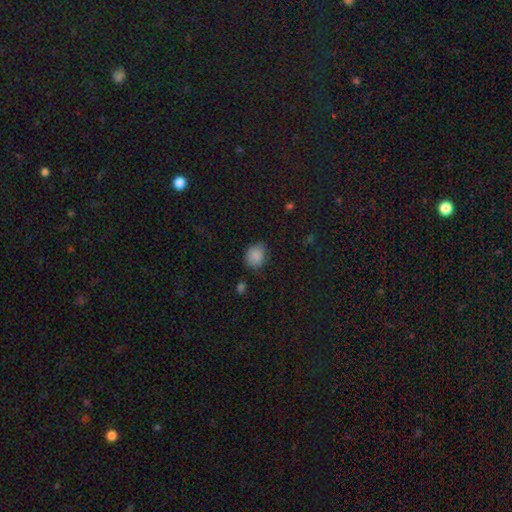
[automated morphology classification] A smooth galaxy with no disk features (86%) that is round (67%). Merging: none (73%).